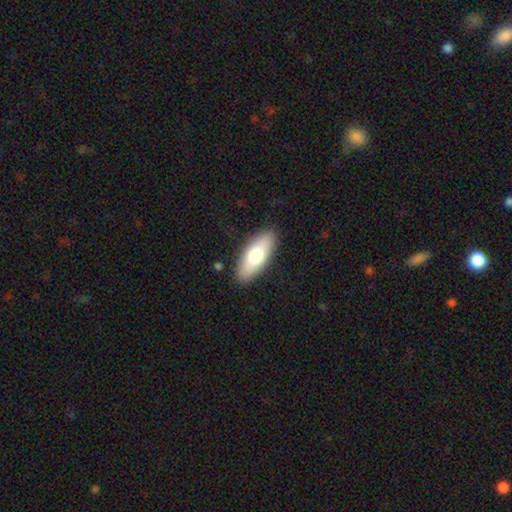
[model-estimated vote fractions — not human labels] smooth_or_featured: smooth (p=0.74) [alt: featured or disk p=0.20]
how_rounded: in between (p=0.77) [alt: cigar-shaped p=0.21]
merging: none (p=0.88) [alt: minor disturbance p=0.08]